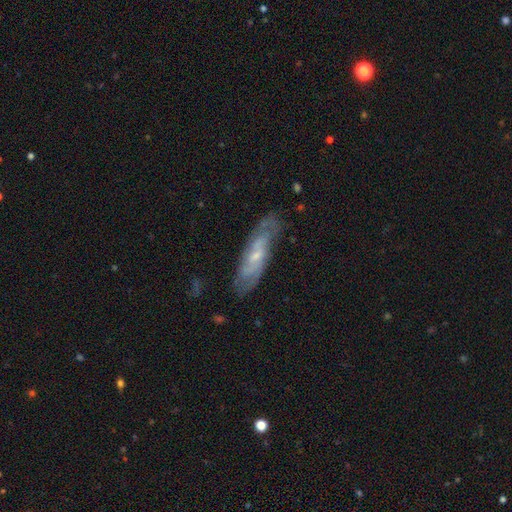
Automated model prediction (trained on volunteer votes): This is likely a featured or disk galaxy (70%). It is likely not viewed edge-on (73%). Bar: possibly no (50%). Spiral arm pattern: clearly yes (84%). Central bulge: likely small (61%). Merging: likely none (74%).